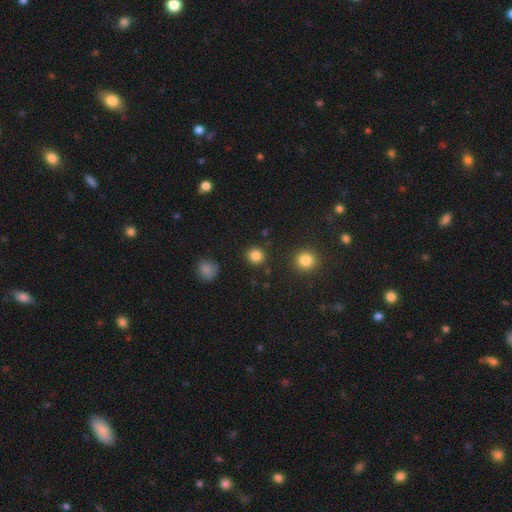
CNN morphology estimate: smooth 84%, star or artifact 12%, featured or disk 4%. Down the decision tree: how rounded — round (90%); merging — none (90%).